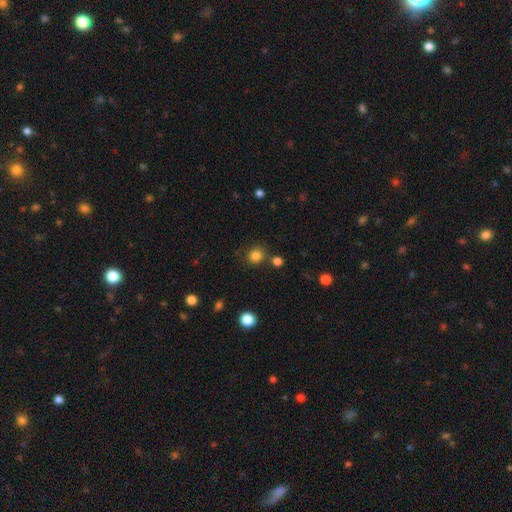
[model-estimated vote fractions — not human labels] A smooth galaxy with no disk features (82%) that is round (87%). Merging: none (80%).